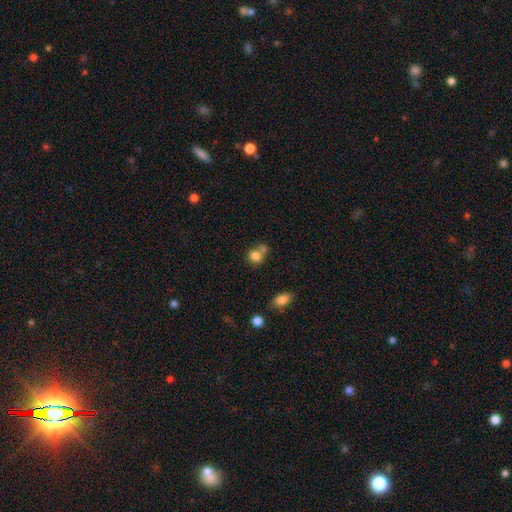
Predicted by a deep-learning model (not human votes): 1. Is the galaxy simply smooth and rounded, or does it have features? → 81% smooth, 10% star or artifact, 8% featured or disk.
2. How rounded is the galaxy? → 78% round, 21% in between, 1% cigar-shaped.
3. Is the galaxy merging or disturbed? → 46% none, 40% merger, 10% minor disturbance, 4% major disturbance.